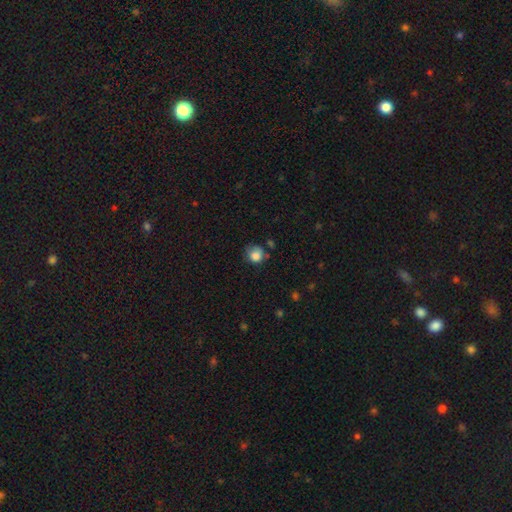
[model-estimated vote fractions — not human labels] A smooth galaxy with no disk features (82%) that is round (82%).

Vote fractions:
- Smooth or featured? smooth: 82% / star or artifact: 10% / featured or disk: 8%
- How rounded? round: 82% / in between: 17% / cigar-shaped: 1%
- Merging? none: 56% / minor disturbance: 29% / major disturbance: 9% / merger: 6%